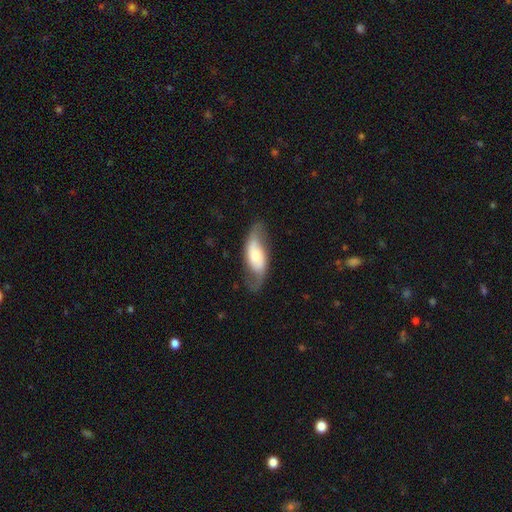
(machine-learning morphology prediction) type=featured or disk (66%); edge-on=no (88%); bar=no (58%); spiral arms=yes (83%); bulge=moderate (52%); merging=none (67%).